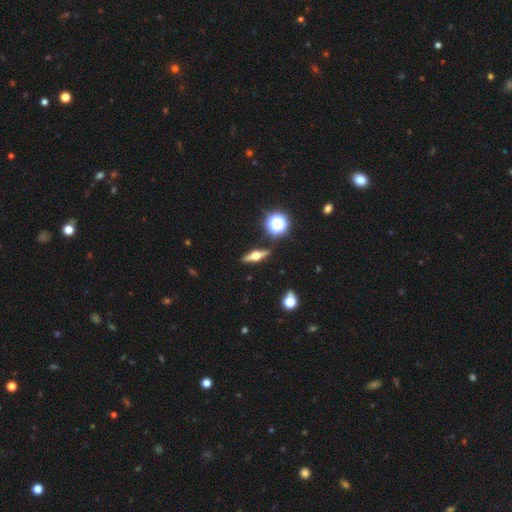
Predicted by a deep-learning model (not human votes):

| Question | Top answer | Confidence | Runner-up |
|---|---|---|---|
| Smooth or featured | featured or disk | 66% | smooth (25%) |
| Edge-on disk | yes | 94% | no (6%) |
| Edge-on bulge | rounded | 96% | boxy (3%) |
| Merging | none | 88% | minor disturbance (7%) |